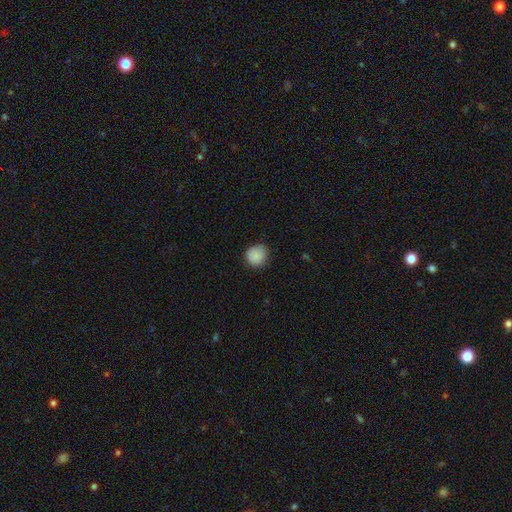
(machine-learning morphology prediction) smooth_or_featured: smooth (p=0.87) [alt: star or artifact p=0.09]
how_rounded: round (p=0.87) [alt: in between p=0.12]
merging: none (p=0.76) [alt: minor disturbance p=0.19]